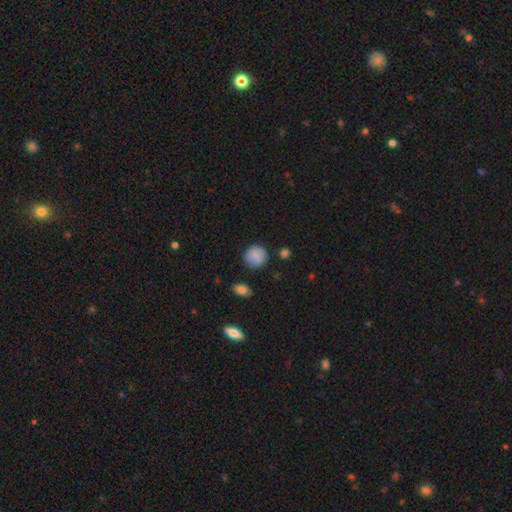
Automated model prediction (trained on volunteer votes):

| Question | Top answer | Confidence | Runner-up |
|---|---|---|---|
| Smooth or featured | smooth | 83% | star or artifact (8%) |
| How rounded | round | 86% | in between (13%) |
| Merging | none | 81% | minor disturbance (14%) |